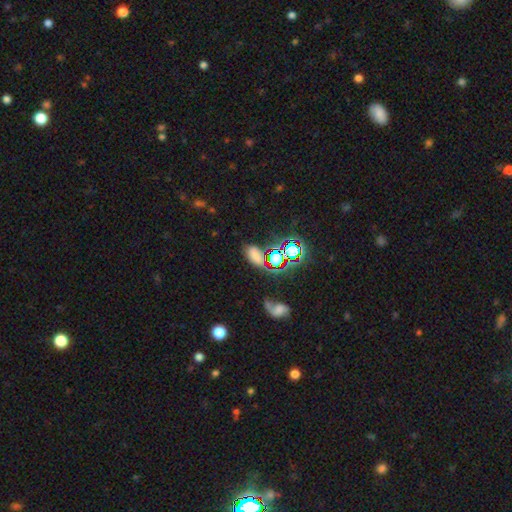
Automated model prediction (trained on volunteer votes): Smooth or featured? Predicted: smooth (p=0.56). How rounded? Predicted: in between (p=0.86). Merging? Predicted: none (p=0.59).